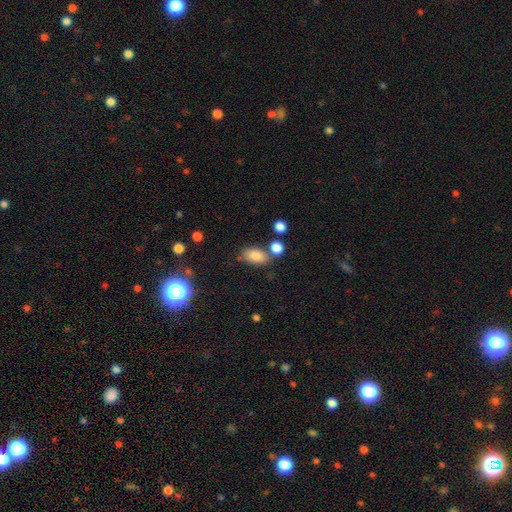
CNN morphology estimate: A smooth galaxy with no disk features (82%) that is in between round and cigar-shaped (90%). Merging: none (66%).